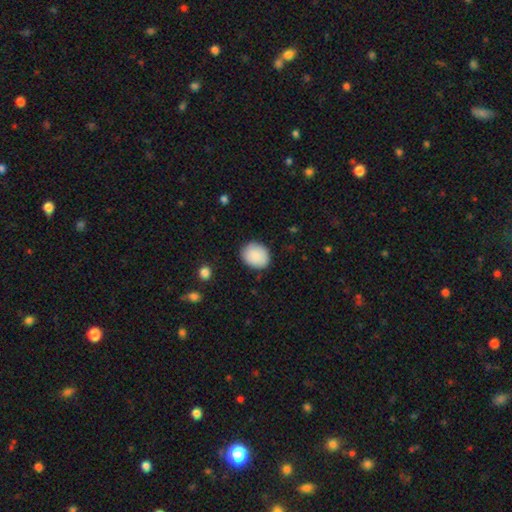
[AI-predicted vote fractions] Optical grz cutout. It shows a smooth galaxy with no disk features (89%) that is round (57%). Merging: none (86%).